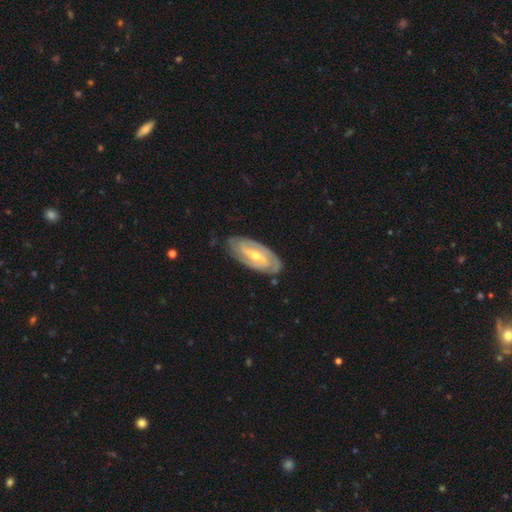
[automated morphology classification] This is clearly a featured or disk galaxy (86%). It is clearly not viewed edge-on (94%). Bar: marginally weak (42%). Spiral arm pattern: clearly yes (96%). Spiral arm count: likely 2 (66%). Spiral winding: likely tight (64%). Central bulge: possibly moderate (53%). Merging: clearly none (81%).